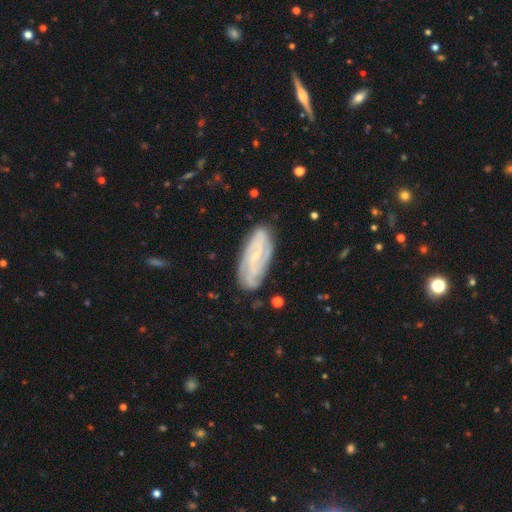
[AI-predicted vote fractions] Smooth or featured? featured or disk (73%)
Edge-on disk? no (90%)
Bar? no (51%)
Spiral arms? yes (91%)
Spiral winding? tight (59%)
Spiral arm count? can't tell (36%)
Bulge size? small (78%)
Merging? none (80%)